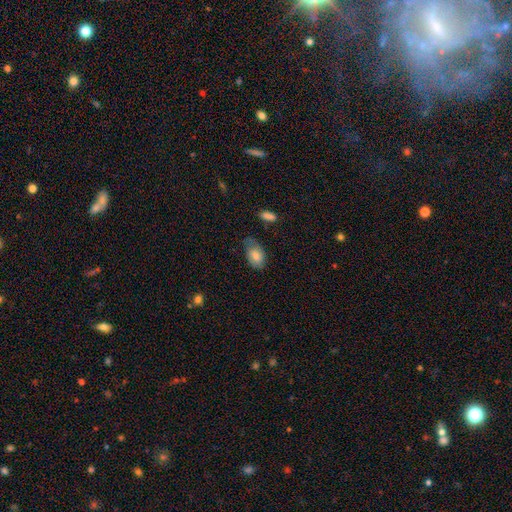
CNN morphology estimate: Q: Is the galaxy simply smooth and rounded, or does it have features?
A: smooth — 76%.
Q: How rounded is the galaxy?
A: in between — 89%.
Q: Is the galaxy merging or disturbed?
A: none — 48%.